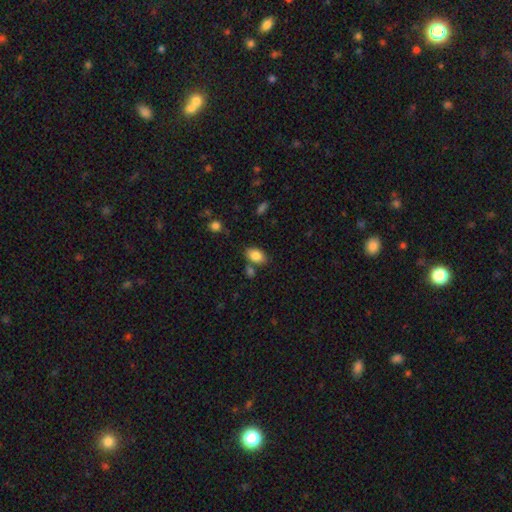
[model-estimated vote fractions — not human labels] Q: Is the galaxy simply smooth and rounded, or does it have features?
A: smooth — 84%.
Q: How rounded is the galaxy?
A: in between — 88%.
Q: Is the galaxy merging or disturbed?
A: none — 73%.